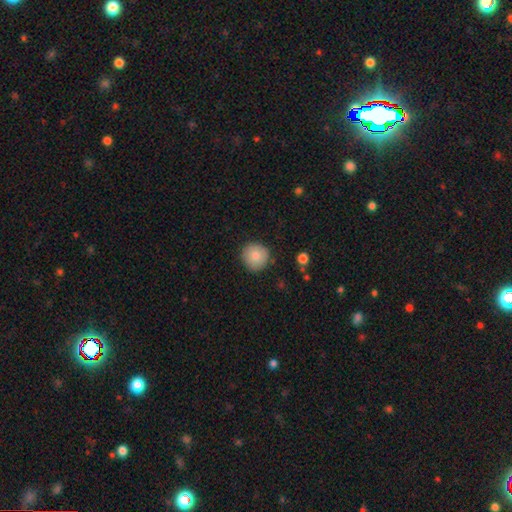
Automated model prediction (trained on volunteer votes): smooth 84%, star or artifact 8%, featured or disk 8%. Down the decision tree: how rounded — round (94%); merging — none (88%).